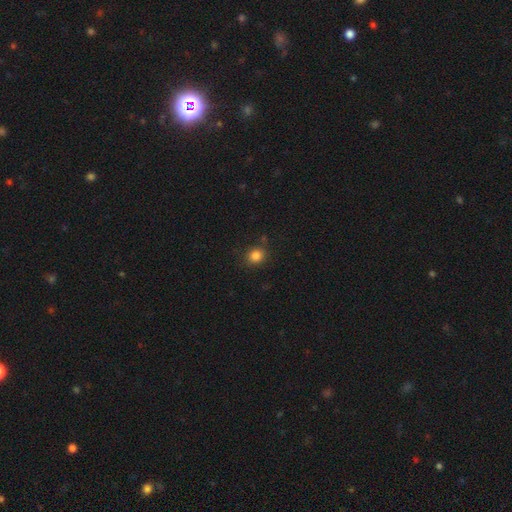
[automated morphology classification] Overall: smooth (84%). How rounded: round (81%). Merging: none (83%).